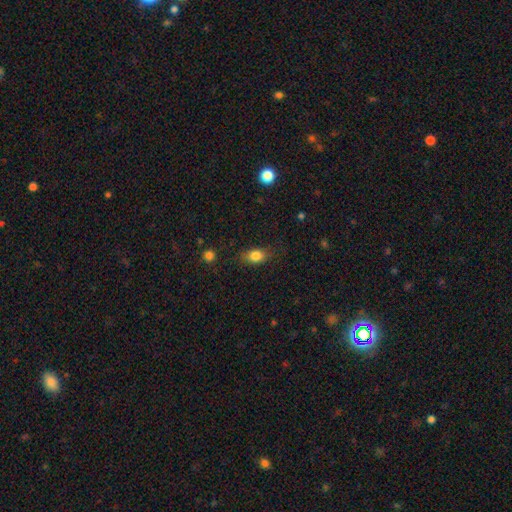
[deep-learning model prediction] smooth 82%, star or artifact 9%, featured or disk 9%. Down the decision tree: how rounded — in between (75%); merging — none (76%).